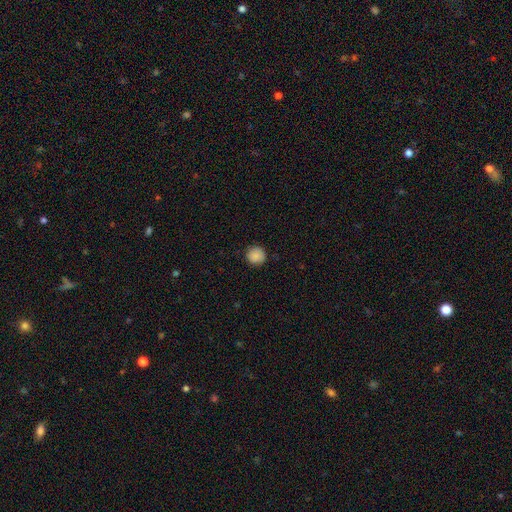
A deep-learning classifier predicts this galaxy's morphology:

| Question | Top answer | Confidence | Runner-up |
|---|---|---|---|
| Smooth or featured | smooth | 88% | star or artifact (8%) |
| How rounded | round | 94% | in between (5%) |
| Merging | none | 89% | minor disturbance (8%) |